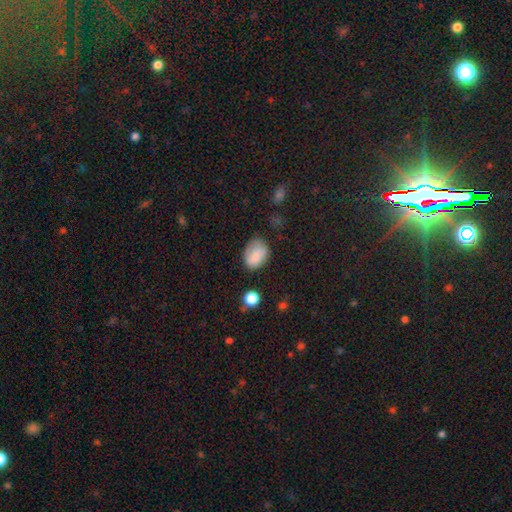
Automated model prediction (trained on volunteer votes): Q: Smooth or featured?
A: smooth (78%); runner-up: featured or disk (13%)
Q: How rounded?
A: in between (69%); runner-up: round (30%)
Q: Merging?
A: none (67%); runner-up: minor disturbance (24%)